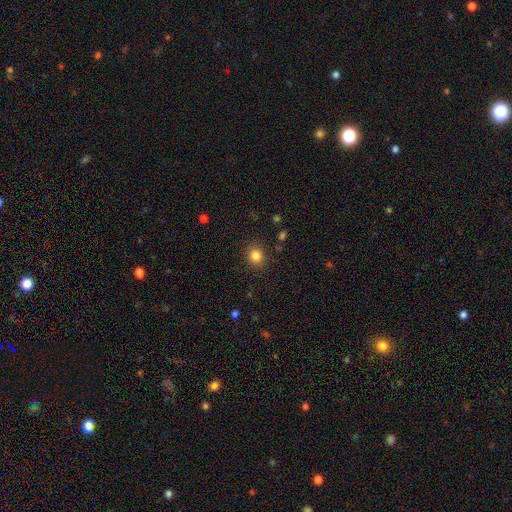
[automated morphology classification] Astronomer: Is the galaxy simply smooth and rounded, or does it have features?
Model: smooth — 84%.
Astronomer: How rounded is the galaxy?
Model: round — 71%.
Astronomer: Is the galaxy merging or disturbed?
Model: none — 87%.